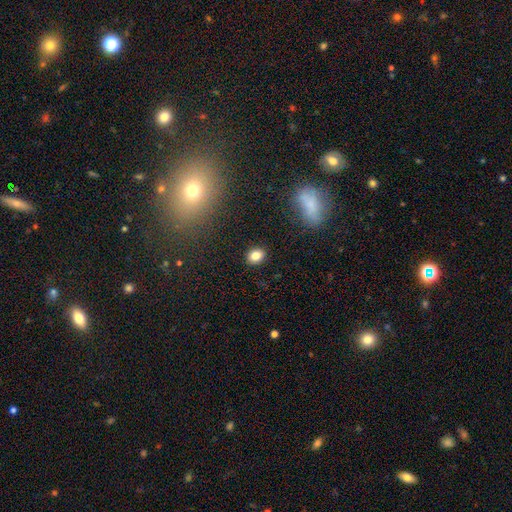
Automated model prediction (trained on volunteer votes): Morphology: type=smooth (82%); roundness=in between (55%); merging=none (89%).